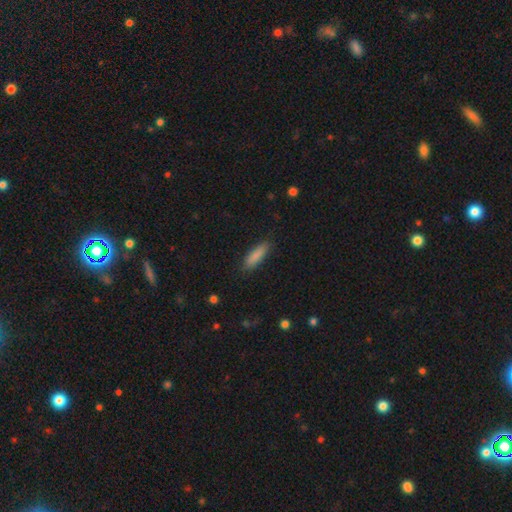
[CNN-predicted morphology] A smooth galaxy with no disk features (87%) that is cigar-shaped (60%). Merging: none (86%).